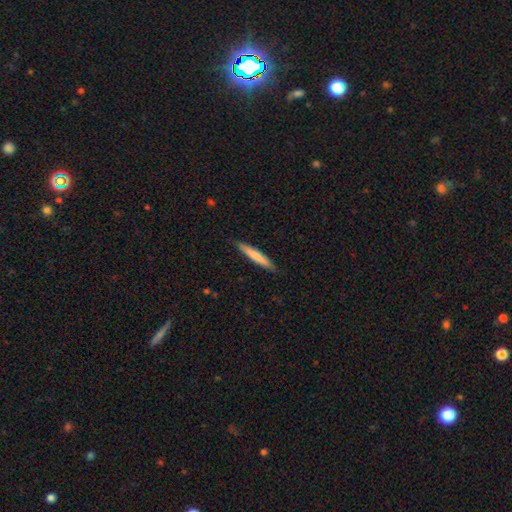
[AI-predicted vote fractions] A smooth galaxy with no disk features (71%) that is cigar-shaped (93%). Merging: none (88%).